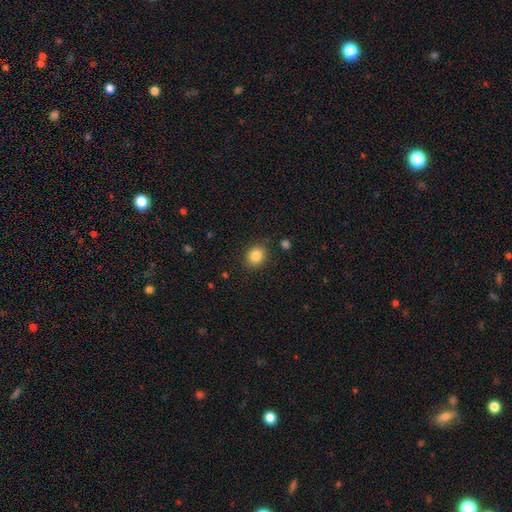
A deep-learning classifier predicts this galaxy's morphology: Smooth or featured?
  - smooth: 85% *
  - star or artifact: 10%
  - featured or disk: 6%
How rounded?
  - round: 69% *
  - in between: 30%
  - cigar-shaped: 1%
Merging?
  - none: 87% *
  - minor disturbance: 9%
  - major disturbance: 3%
  - merger: 2%